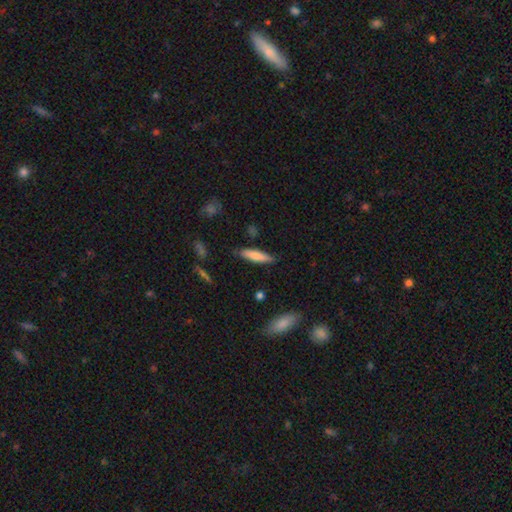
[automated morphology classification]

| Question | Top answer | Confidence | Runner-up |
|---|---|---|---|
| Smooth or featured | smooth | 74% | featured or disk (20%) |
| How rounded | cigar-shaped | 77% | in between (22%) |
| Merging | none | 83% | minor disturbance (12%) |